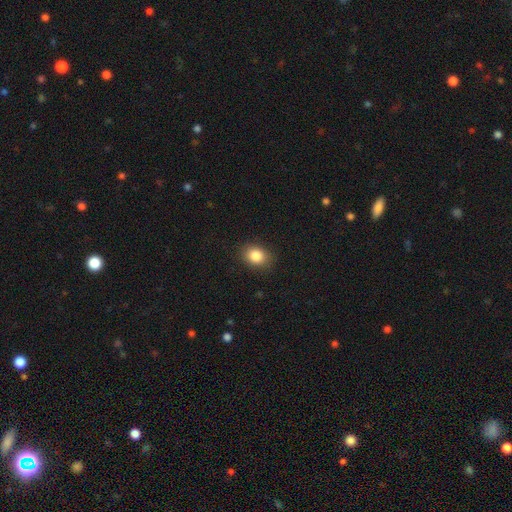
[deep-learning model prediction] smooth-or-featured: smooth: 85% | star or artifact: 9% | featured or disk: 5%
  how-rounded: in between: 53% | round: 46% | cigar-shaped: 1%
  merging: none: 88% | minor disturbance: 9% | major disturbance: 2% | merger: 1%